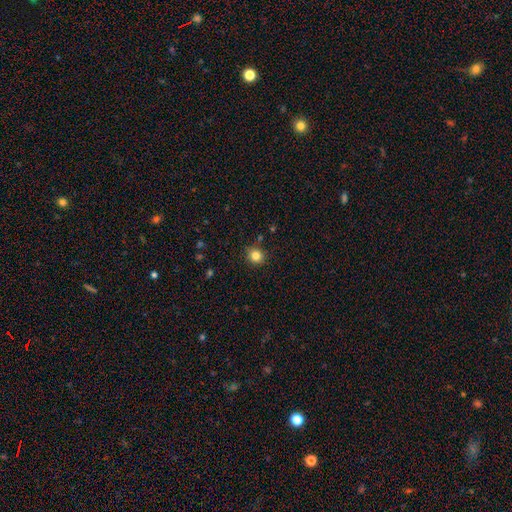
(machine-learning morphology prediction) Smooth or featured?
  - smooth: 83% *
  - star or artifact: 12%
  - featured or disk: 5%
How rounded?
  - round: 86% *
  - in between: 13%
  - cigar-shaped: 1%
Merging?
  - none: 88% *
  - minor disturbance: 8%
  - major disturbance: 2%
  - merger: 2%